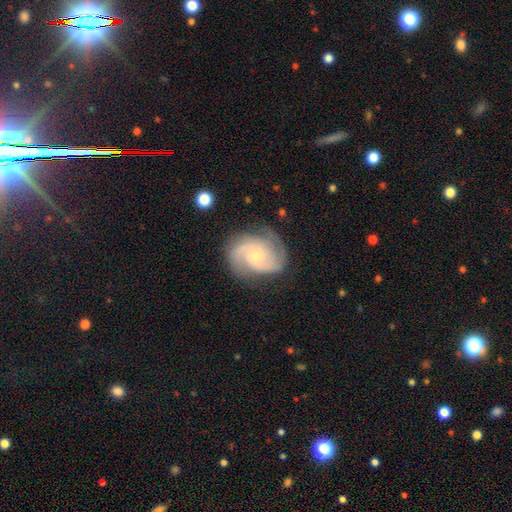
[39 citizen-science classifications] Smooth or featured: featured or disk — 92% (star or artifact — 5%)
Edge-on disk: no — 100%
Bar: no — 69% (weak — 28%)
Spiral arms: yes — 100%
Spiral winding: medium — 47% (tight — 42%)
Spiral arm count: 2 — 78% (3 — 11%)
Bulge size: small — 50% (moderate — 44%)
Merging: none — 62% (minor disturbance — 27%)